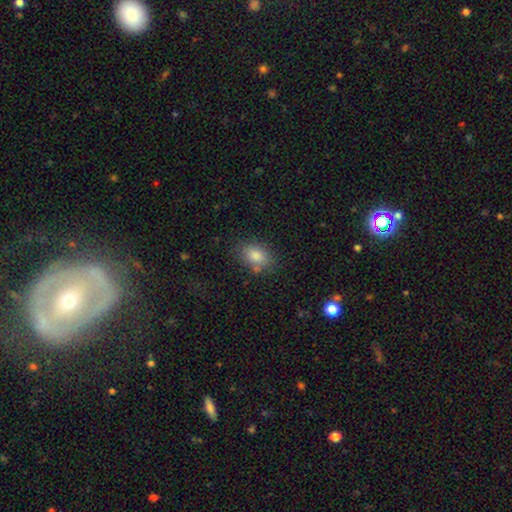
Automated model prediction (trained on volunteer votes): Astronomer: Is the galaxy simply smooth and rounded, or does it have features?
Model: smooth — 82%.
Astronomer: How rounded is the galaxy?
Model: in between — 81%.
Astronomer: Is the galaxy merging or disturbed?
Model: none — 75%.